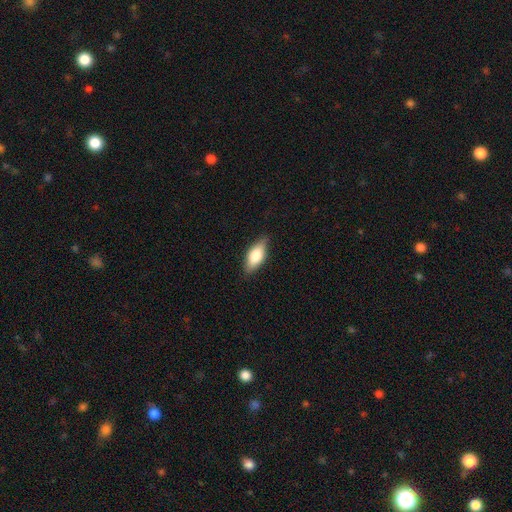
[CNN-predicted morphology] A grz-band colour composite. It shows a smooth galaxy with no disk features (70%) that is in between round and cigar-shaped (80%). Merging: none (84%).